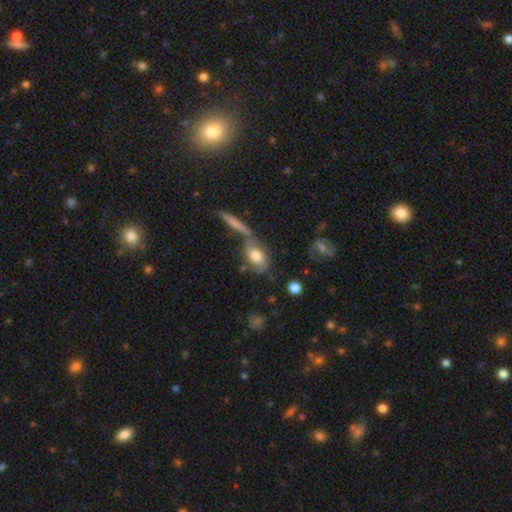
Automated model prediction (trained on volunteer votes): smooth 67%, featured or disk 26%, star or artifact 7%. Down the decision tree: how rounded — in between (82%); merging — none (45%).